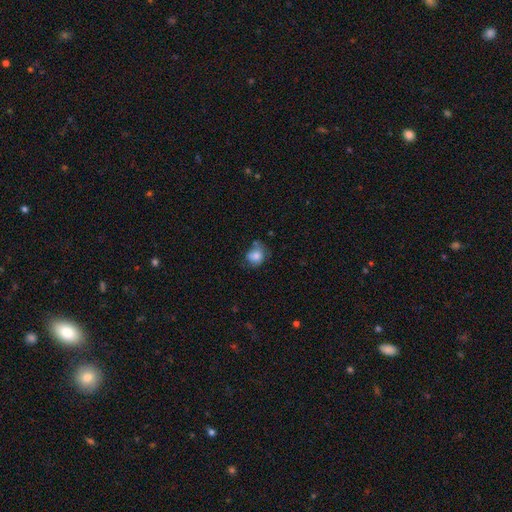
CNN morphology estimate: This appears to be a smooth galaxy with no disk features (76%) that is round (63%). Merging: none (48%).